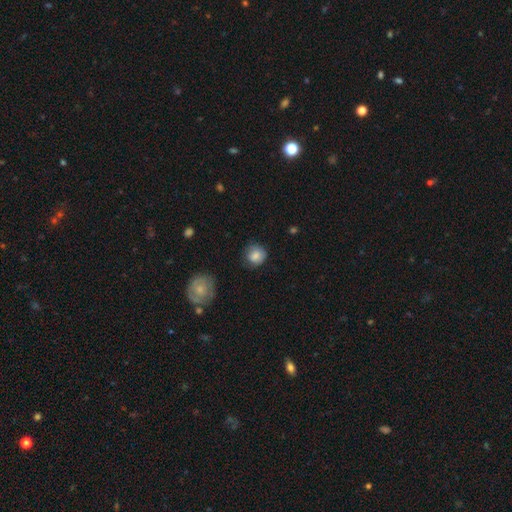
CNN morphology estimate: smooth-or-featured: smooth: 84% | featured or disk: 8% | star or artifact: 8%
  how-rounded: round: 88% | in between: 11% | cigar-shaped: 1%
  merging: none: 75% | minor disturbance: 19% | major disturbance: 5% | merger: 2%